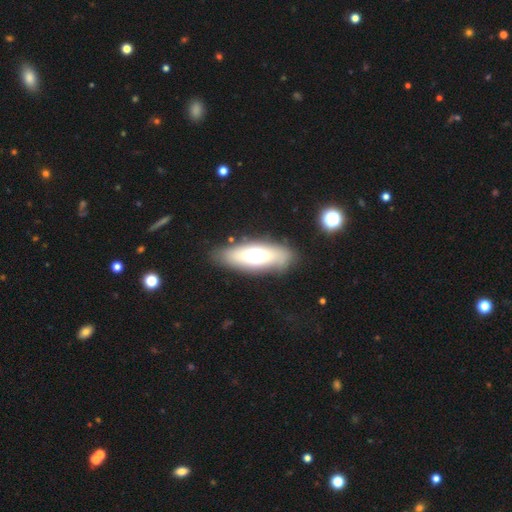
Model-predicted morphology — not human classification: The model was most divided on "smooth or featured": smooth: 55%, featured or disk: 35%, star or artifact: 10%. More confident: merging — none (82%); how rounded — in between (70%).